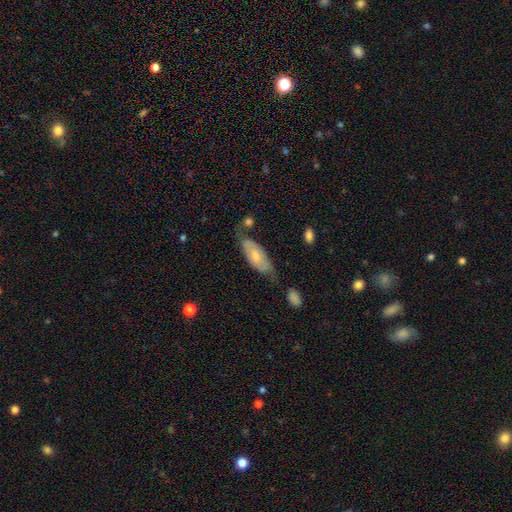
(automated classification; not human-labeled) smooth 52%, featured or disk 42%, star or artifact 6%. Down the decision tree: how rounded — in between (72%); merging — none (49%).